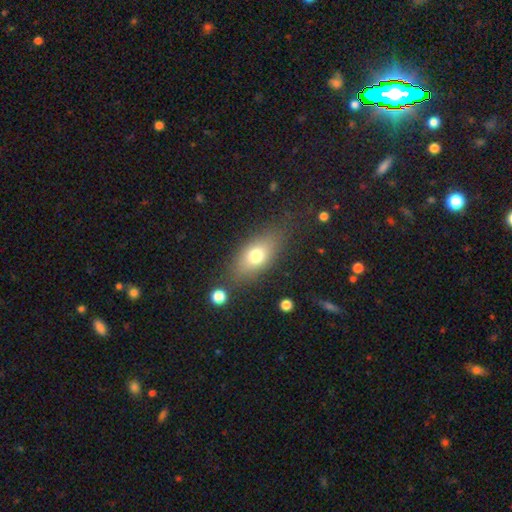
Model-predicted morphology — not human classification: Smooth or featured: smooth — 72% (featured or disk — 18%)
How rounded: in between — 80% (round — 11%)
Merging: none — 74% (minor disturbance — 15%)